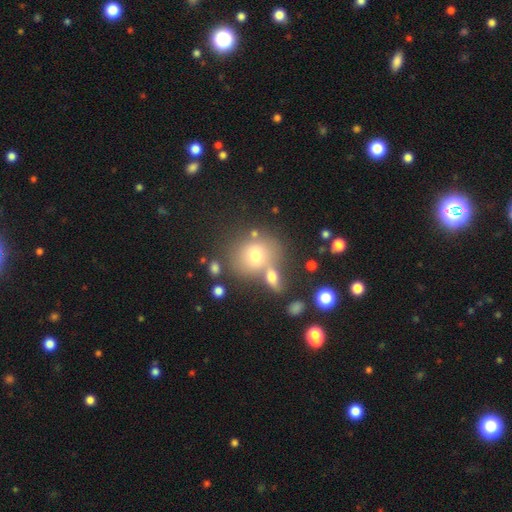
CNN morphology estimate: smooth-or-featured: smooth: 68% | featured or disk: 17% | star or artifact: 16%
  how-rounded: round: 75% | in between: 24% | cigar-shaped: 1%
  merging: none: 56% | merger: 27% | minor disturbance: 12% | major disturbance: 5%